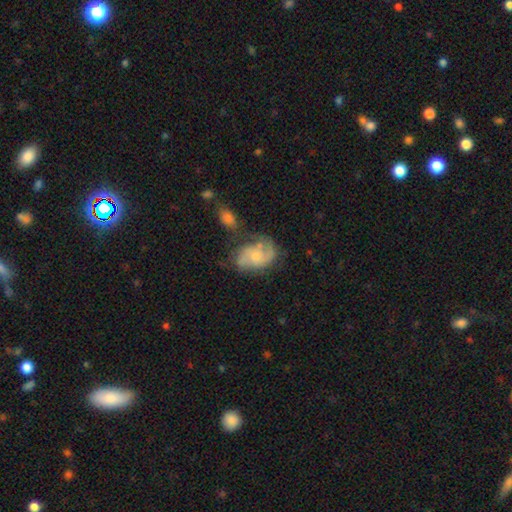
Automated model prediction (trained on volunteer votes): smooth_or_featured: featured or disk (p=0.69) [alt: smooth p=0.24]
disk_edge_on: no (p=0.97) [alt: yes p=0.03]
bar: no (p=0.68) [alt: weak p=0.28]
has_spiral_arms: yes (p=0.90) [alt: no p=0.10]
spiral_winding: medium (p=0.46) [alt: loose p=0.33]
spiral_arm_count: 2 (p=0.75) [alt: can't tell p=0.11]
bulge_size: small (p=0.49) [alt: moderate p=0.39]
merging: none (p=0.48) [alt: minor disturbance p=0.23]